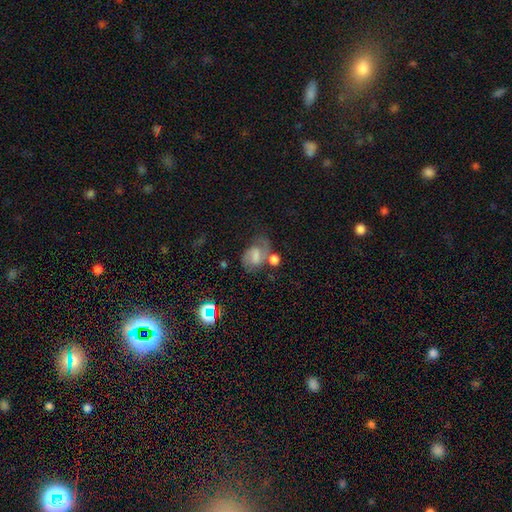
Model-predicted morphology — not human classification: smooth-or-featured: featured or disk: 56% | smooth: 32% | star or artifact: 12%
  disk-edge-on: no: 97% | yes: 3%
    bar: weak: 50% | no: 29% | strong: 20%
    has-spiral-arms: yes: 87% | no: 13%
    bulge-size: none: 31% | small: 29% | moderate: 26% | large: 12% | dominant: 2%
  merging: none: 46% | minor disturbance: 22% | merger: 18% | major disturbance: 15%